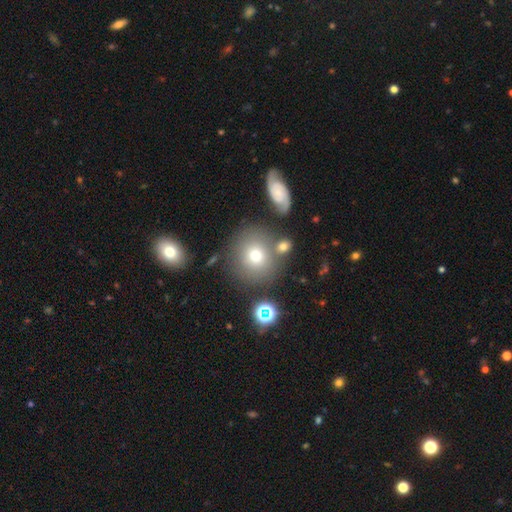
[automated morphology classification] smooth-or-featured: smooth: 71% | featured or disk: 15% | star or artifact: 14%
  how-rounded: round: 85% | in between: 14% | cigar-shaped: 1%
  merging: none: 72% | minor disturbance: 12% | merger: 11% | major disturbance: 5%